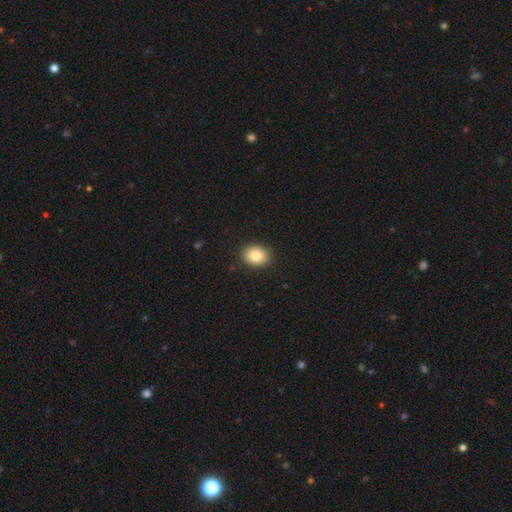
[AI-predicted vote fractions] A smooth galaxy with no disk features (85%) that is in between round and cigar-shaped (54%).

Vote fractions:
- Smooth or featured? smooth: 85% / star or artifact: 8% / featured or disk: 6%
- How rounded? in between: 54% / round: 45% / cigar-shaped: 1%
- Merging? none: 91% / minor disturbance: 7% / major disturbance: 2% / merger: 1%